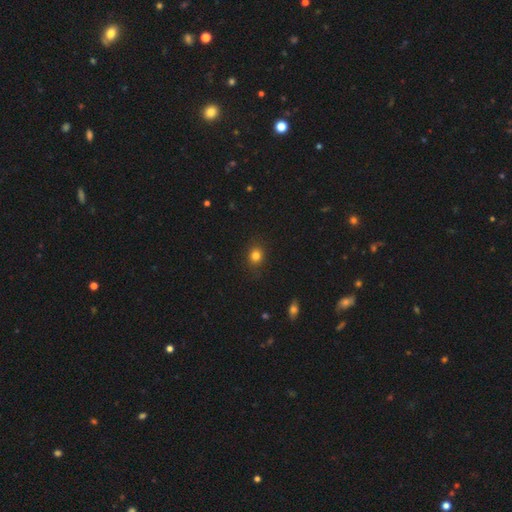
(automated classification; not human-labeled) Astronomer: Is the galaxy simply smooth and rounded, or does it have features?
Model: smooth — 82%.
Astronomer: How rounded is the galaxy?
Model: round — 72%.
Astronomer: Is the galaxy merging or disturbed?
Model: none — 87%.